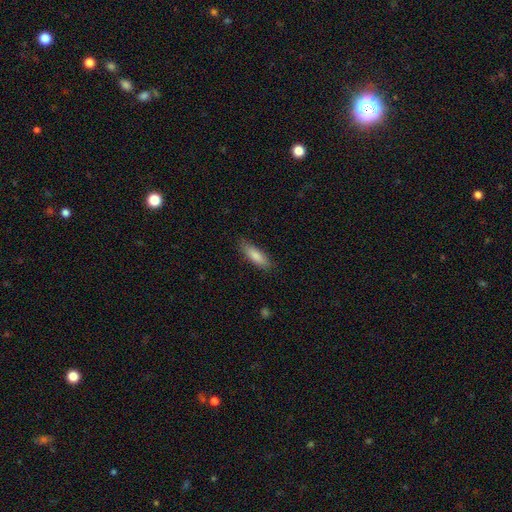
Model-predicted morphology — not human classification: Smooth or featured?
  - smooth: 84% *
  - featured or disk: 10%
  - star or artifact: 6%
How rounded?
  - cigar-shaped: 51% *
  - in between: 47%
  - round: 2%
Merging?
  - none: 84% *
  - minor disturbance: 12%
  - major disturbance: 3%
  - merger: 1%